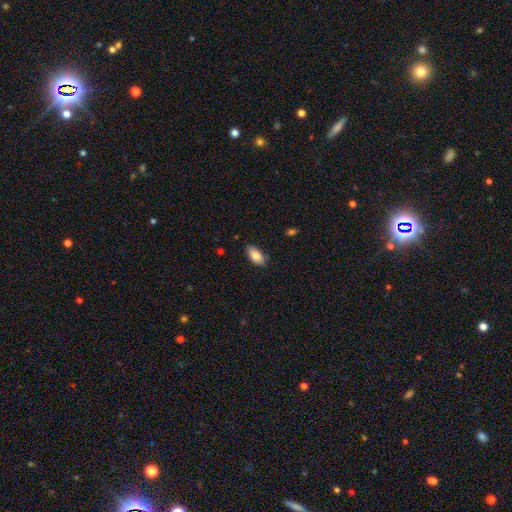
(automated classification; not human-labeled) Q: Smooth or featured?
A: smooth (82%); runner-up: featured or disk (11%)
Q: How rounded?
A: in between (92%); runner-up: cigar-shaped (6%)
Q: Merging?
A: none (85%); runner-up: minor disturbance (11%)